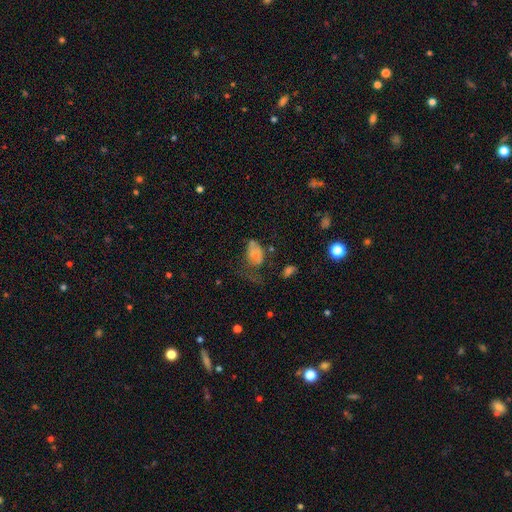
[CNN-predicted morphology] smooth 62%, featured or disk 23%, star or artifact 15%. Down the decision tree: how rounded — in between (85%); merging — major disturbance (48%).